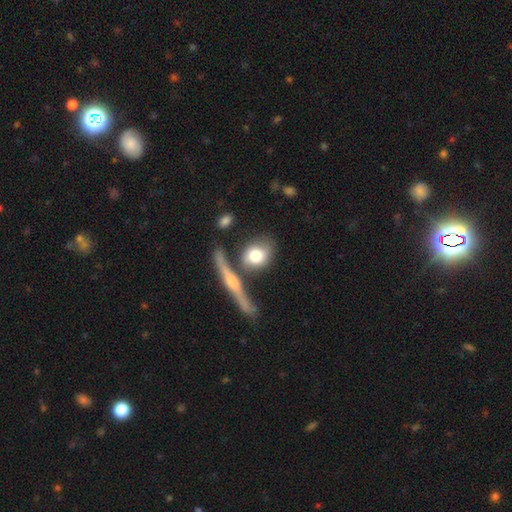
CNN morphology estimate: A smooth galaxy with no disk features (68%) that is round (50%).

Vote fractions:
- Smooth or featured? smooth: 68% / featured or disk: 25% / star or artifact: 7%
- How rounded? round: 50% / in between: 43% / cigar-shaped: 7%
- Merging? none: 58% / merger: 20% / minor disturbance: 15% / major disturbance: 6%